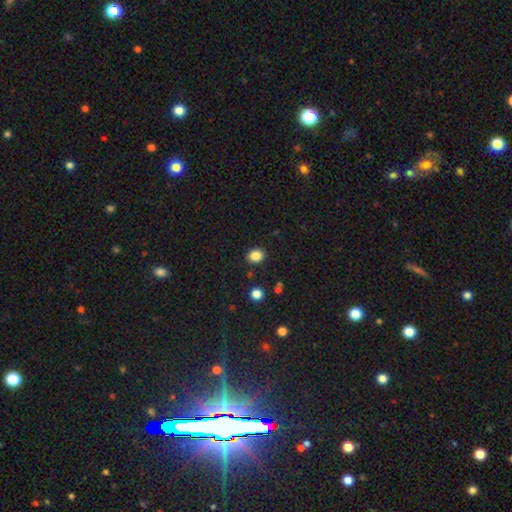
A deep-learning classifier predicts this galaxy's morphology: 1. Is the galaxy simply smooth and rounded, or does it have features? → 85% smooth, 11% star or artifact, 4% featured or disk.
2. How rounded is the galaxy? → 56% round, 43% in between, 1% cigar-shaped.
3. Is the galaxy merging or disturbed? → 88% none, 8% minor disturbance, 2% major disturbance, 2% merger.